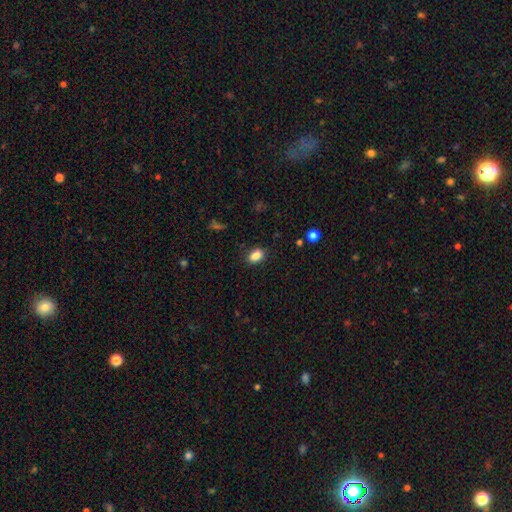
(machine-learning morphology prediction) A smooth galaxy with no disk features (86%) that is in between round and cigar-shaped (83%).

Vote fractions:
- Smooth or featured? smooth: 86% / star or artifact: 9% / featured or disk: 4%
- How rounded? in between: 83% / round: 15% / cigar-shaped: 2%
- Merging? none: 84% / minor disturbance: 11% / major disturbance: 3% / merger: 2%